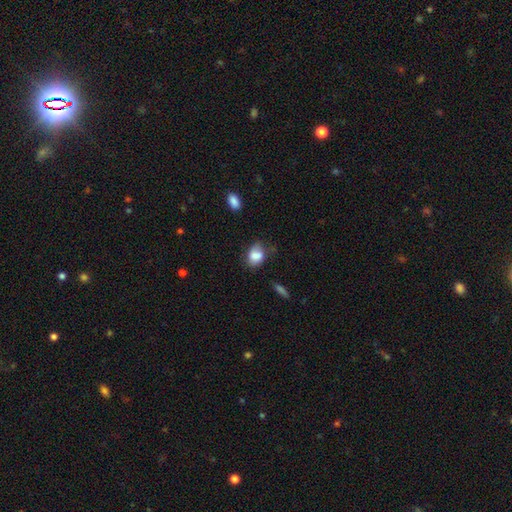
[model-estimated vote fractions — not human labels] Overall: smooth (79%). How rounded: in between (69%; round 30%). Merging: none (51%; minor disturbance 32%).